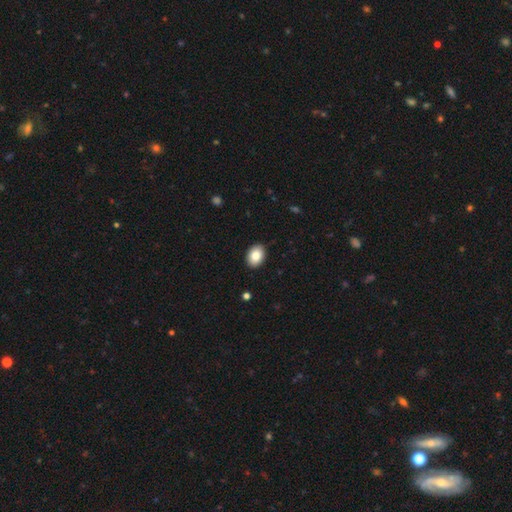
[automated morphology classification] This appears to be a smooth galaxy with no disk features (84%) that is in between round and cigar-shaped (81%). Merging: none (89%).